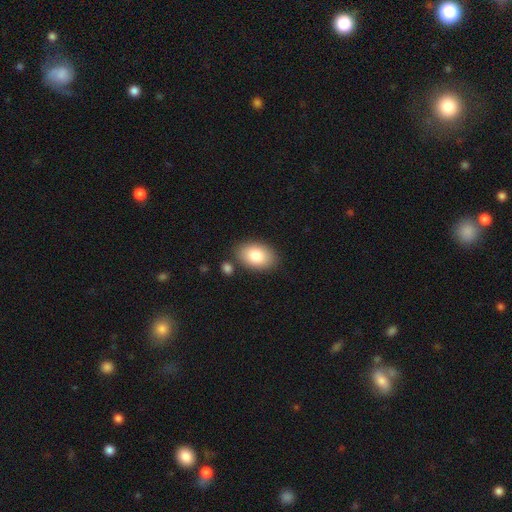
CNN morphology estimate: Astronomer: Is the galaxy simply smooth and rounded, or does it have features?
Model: smooth — 83%.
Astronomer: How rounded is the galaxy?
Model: in between — 89%.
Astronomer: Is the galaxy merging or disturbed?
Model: none — 81%.